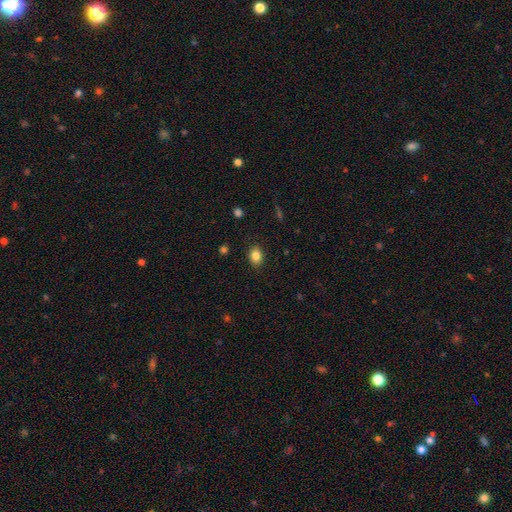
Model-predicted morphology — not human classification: Smooth or featured?
  - smooth: 84% *
  - star or artifact: 10%
  - featured or disk: 6%
How rounded?
  - in between: 65% *
  - round: 34%
  - cigar-shaped: 1%
Merging?
  - none: 86% *
  - minor disturbance: 10%
  - major disturbance: 2%
  - merger: 1%